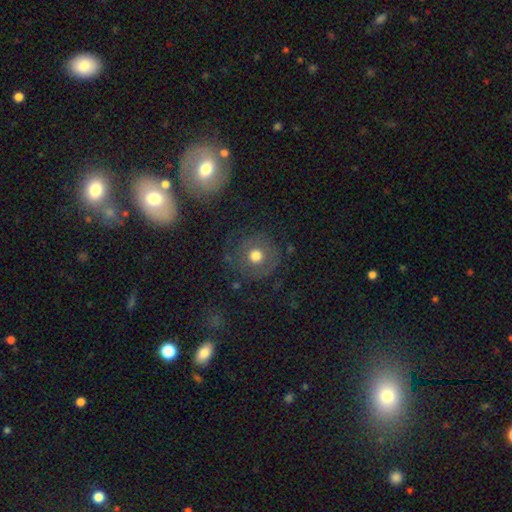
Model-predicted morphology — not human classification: This is possibly a smooth galaxy (59%). How rounded: clearly round (93%). Merging: likely none (76%).